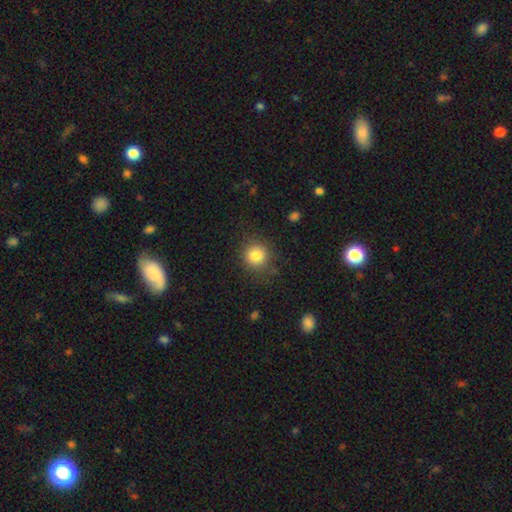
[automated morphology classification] Smooth or featured? smooth (83%)
How rounded? round (89%)
Merging? none (82%)